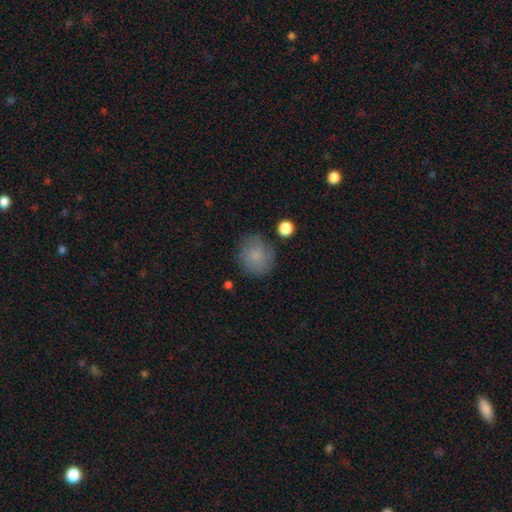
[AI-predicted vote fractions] This is likely a smooth galaxy (77%). How rounded: likely round (79%). Merging: likely none (75%).